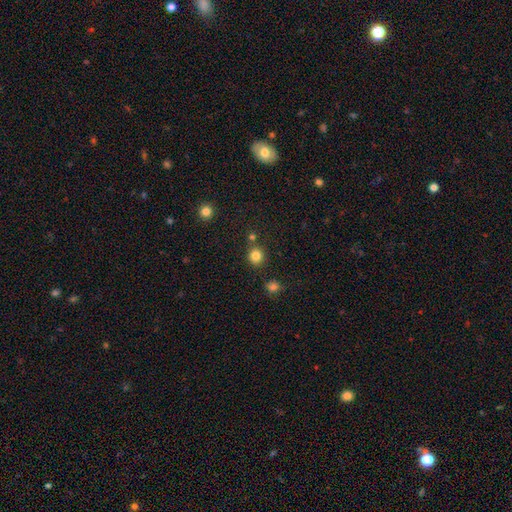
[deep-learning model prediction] Smooth or featured? Predicted: smooth (p=0.82). How rounded? Predicted: round (p=0.88). Merging? Predicted: none (p=0.81).